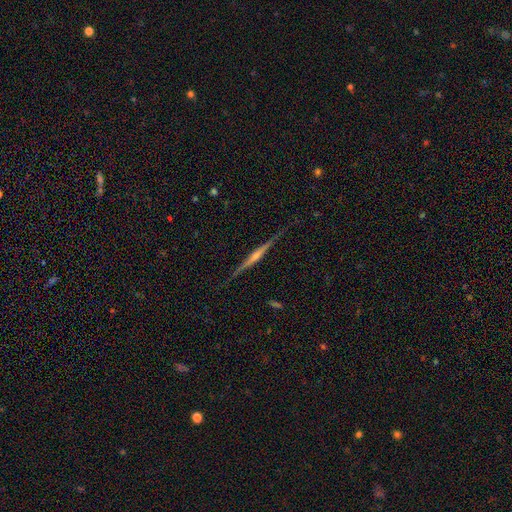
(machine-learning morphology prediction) Smooth or featured? Predicted: featured or disk (p=0.82). Edge-on disk? Predicted: yes (p=0.98). Edge-on bulge? Predicted: rounded (p=0.74). Merging? Predicted: none (p=0.86).